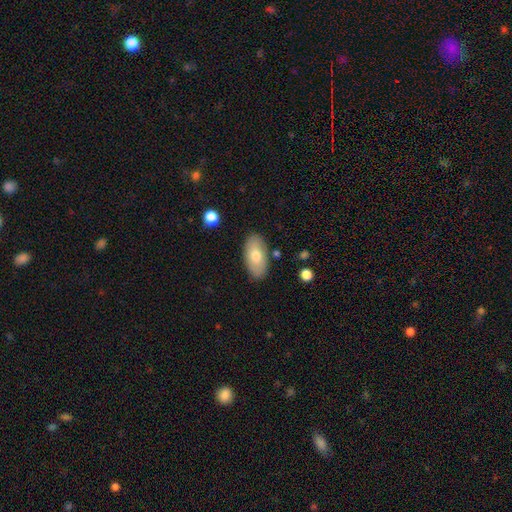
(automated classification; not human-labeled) Smooth or featured?
  - smooth: 70% *
  - featured or disk: 24%
  - star or artifact: 6%
How rounded?
  - in between: 94% *
  - cigar-shaped: 3%
  - round: 3%
Merging?
  - none: 84% *
  - minor disturbance: 11%
  - major disturbance: 3%
  - merger: 2%